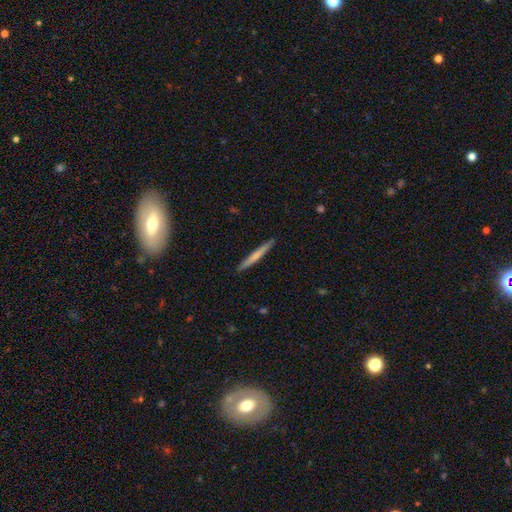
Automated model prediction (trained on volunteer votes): smooth 58%, featured or disk 37%, star or artifact 5%. Down the decision tree: how rounded — cigar-shaped (96%); merging — none (91%).